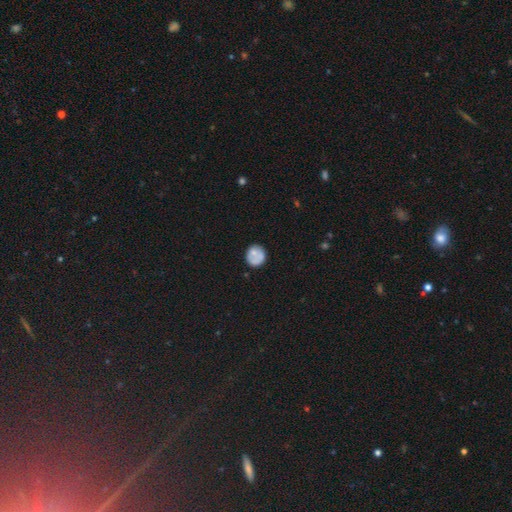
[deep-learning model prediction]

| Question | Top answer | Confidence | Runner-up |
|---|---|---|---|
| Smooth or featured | smooth | 69% | featured or disk (23%) |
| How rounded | round | 84% | in between (15%) |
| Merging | none | 68% | minor disturbance (18%) |